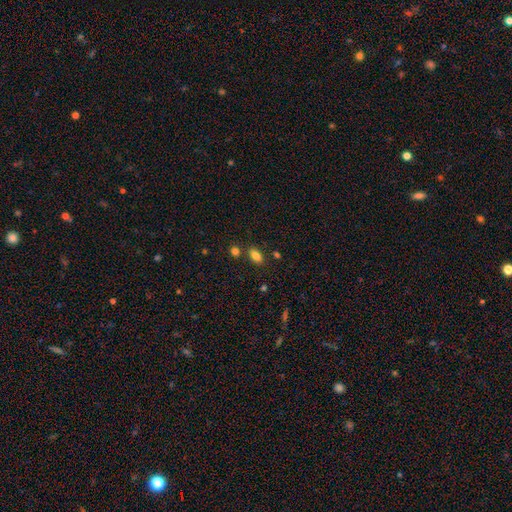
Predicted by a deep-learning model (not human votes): A smooth galaxy with no disk features (83%) that is in between round and cigar-shaped (87%).

Vote fractions:
- Smooth or featured? smooth: 83% / star or artifact: 11% / featured or disk: 6%
- How rounded? in between: 87% / round: 9% / cigar-shaped: 4%
- Merging? none: 77% / minor disturbance: 11% / merger: 10% / major disturbance: 3%